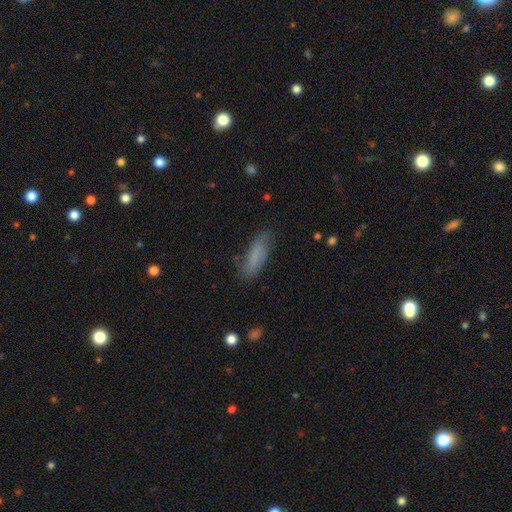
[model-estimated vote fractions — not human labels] Smooth or featured: smooth — 77% (featured or disk — 15%)
How rounded: in between — 51% (cigar-shaped — 47%)
Merging: none — 76% (minor disturbance — 17%)